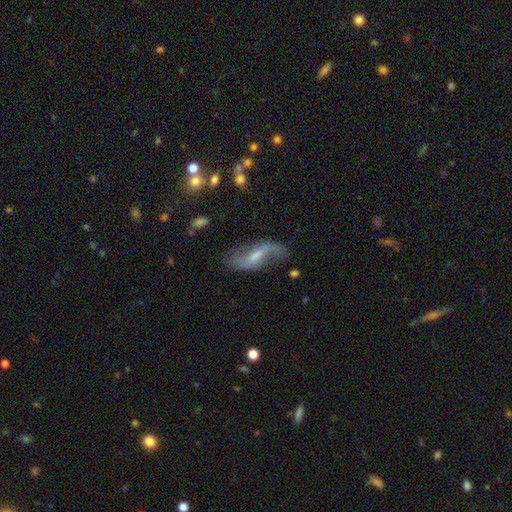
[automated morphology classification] Smooth or featured?
  - featured or disk: 78% *
  - smooth: 15%
  - star or artifact: 8%
Edge-on disk?
  - no: 91% *
  - yes: 9%
Bar?
  - weak: 51% *
  - no: 25%
  - strong: 24%
Spiral arms?
  - yes: 91% *
  - no: 9%
Spiral winding?
  - loose: 79% *
  - medium: 16%
  - tight: 5%
Spiral arm count?
  - 2: 85% *
  - 1: 6%
  - can't tell: 5%
  - 3: 1%
  - 4: 1%
  - more than 4: 1%
Bulge size?
  - small: 45% *
  - moderate: 36%
  - none: 14%
  - large: 4%
  - dominant: 1%
Merging?
  - none: 63% *
  - minor disturbance: 21%
  - major disturbance: 13%
  - merger: 4%